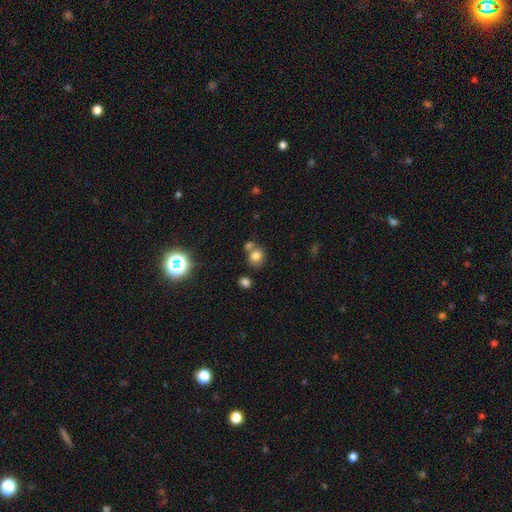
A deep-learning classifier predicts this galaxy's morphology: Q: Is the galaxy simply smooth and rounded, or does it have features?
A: smooth — 77%.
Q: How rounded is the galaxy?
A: round — 75%.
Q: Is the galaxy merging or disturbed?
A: none — 56%.